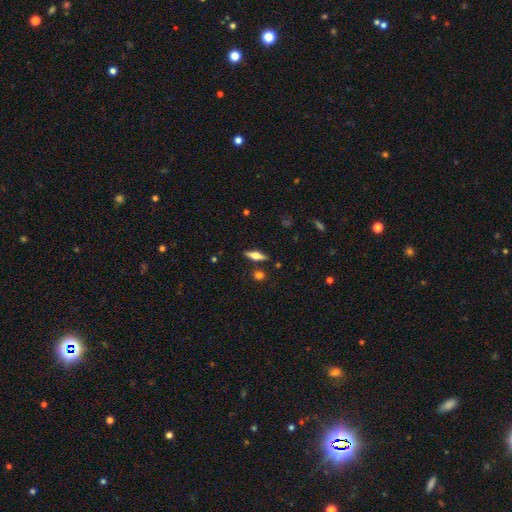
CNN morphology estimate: smooth-or-featured: featured or disk: 52% | smooth: 40% | star or artifact: 7%
  disk-edge-on: yes: 93% | no: 7%
  merging: none: 85% | minor disturbance: 9% | merger: 4% | major disturbance: 2%